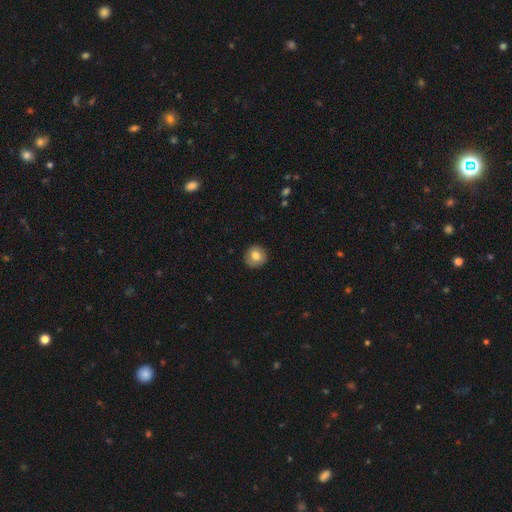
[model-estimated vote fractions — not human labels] Q: Smooth or featured?
A: smooth (80%); runner-up: featured or disk (12%)
Q: How rounded?
A: round (91%); runner-up: in between (8%)
Q: Merging?
A: none (88%); runner-up: minor disturbance (9%)